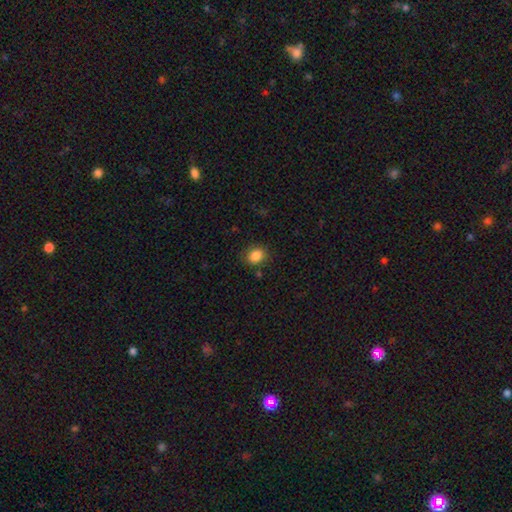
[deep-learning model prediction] Overall: smooth (85%). How rounded: round (62%; in between 37%). Merging: none (82%).